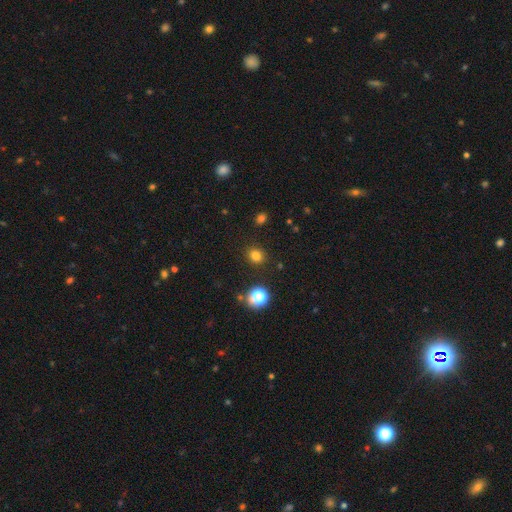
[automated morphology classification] Overall: smooth (78%). How rounded: round (76%). Merging: none (88%).